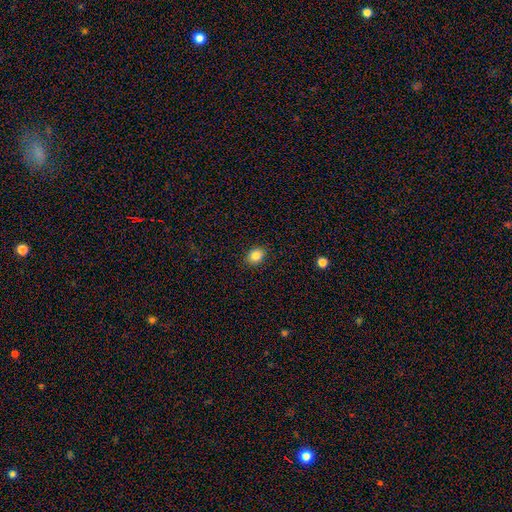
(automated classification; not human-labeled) Morphology: type=smooth (85%); roundness=in between (60%); merging=none (89%).